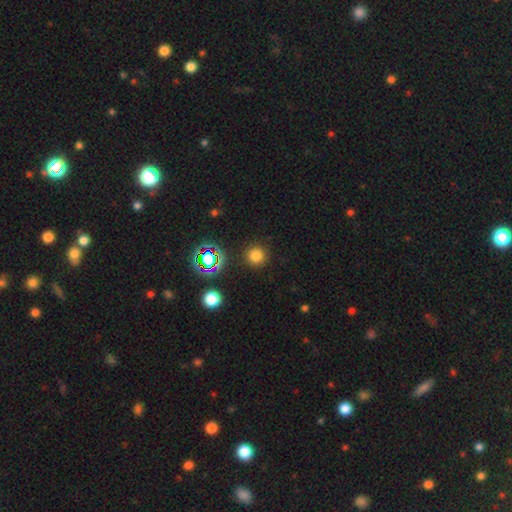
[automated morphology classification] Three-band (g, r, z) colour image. It shows a smooth galaxy with no disk features (75%) that is round (95%). Merging: none (90%).